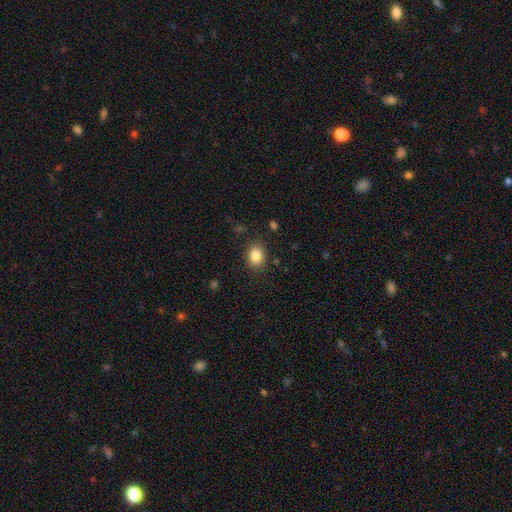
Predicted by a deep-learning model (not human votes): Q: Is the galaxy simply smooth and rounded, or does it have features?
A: smooth — 84%.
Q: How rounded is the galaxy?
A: in between — 64%.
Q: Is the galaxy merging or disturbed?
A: none — 85%.